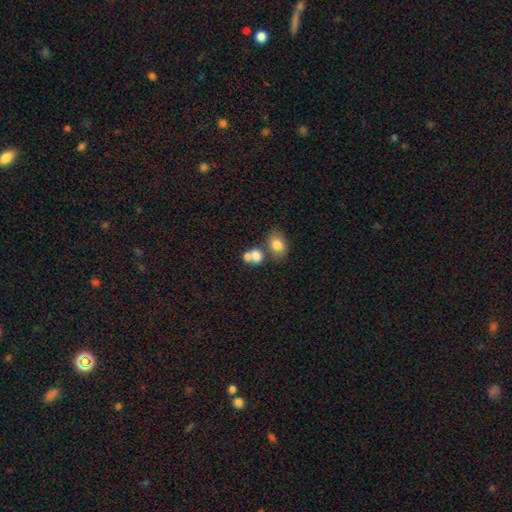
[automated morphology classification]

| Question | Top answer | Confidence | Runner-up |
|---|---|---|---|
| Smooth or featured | smooth | 78% | featured or disk (12%) |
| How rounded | round | 56% | in between (42%) |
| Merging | merger | 50% | none (37%) |